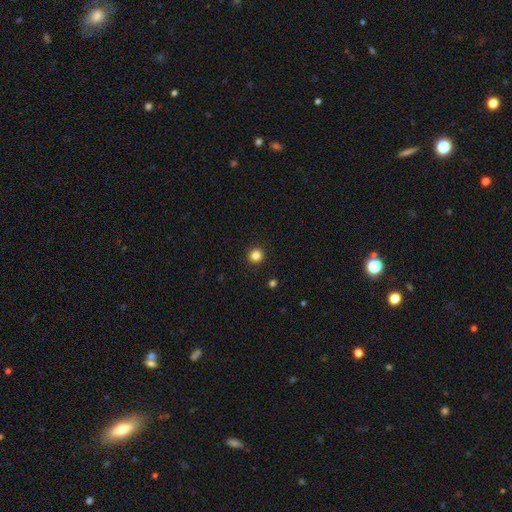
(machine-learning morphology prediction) smooth 84%, star or artifact 12%, featured or disk 4%. Down the decision tree: how rounded — round (95%); merging — none (94%).